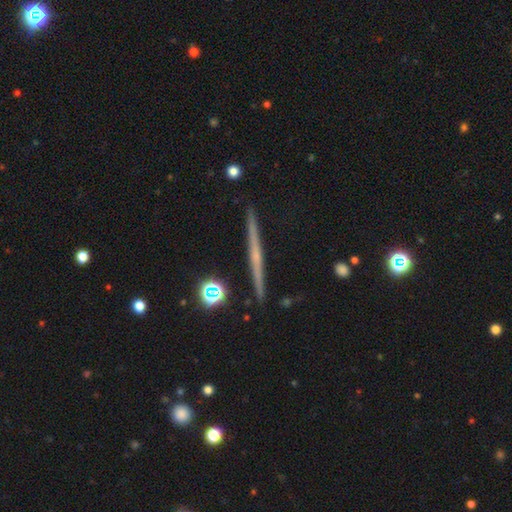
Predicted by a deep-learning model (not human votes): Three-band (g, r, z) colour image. It shows a featured or disk galaxy (69%) viewed edge-on (98%) with no central bulge (64%). Merging: none (92%).